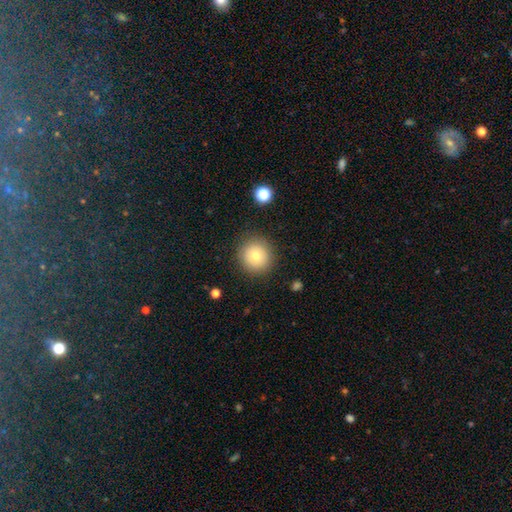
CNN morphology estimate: This is likely a smooth galaxy (75%). How rounded: clearly round (94%). Merging: clearly none (87%).